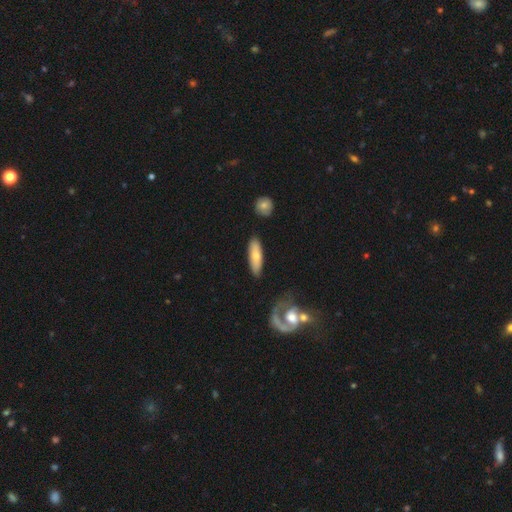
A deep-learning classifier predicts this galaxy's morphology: The model was most divided on "how rounded": cigar-shaped: 50%, in between: 48%, round: 2%. More confident: merging — none (82%); smooth or featured — smooth (67%).